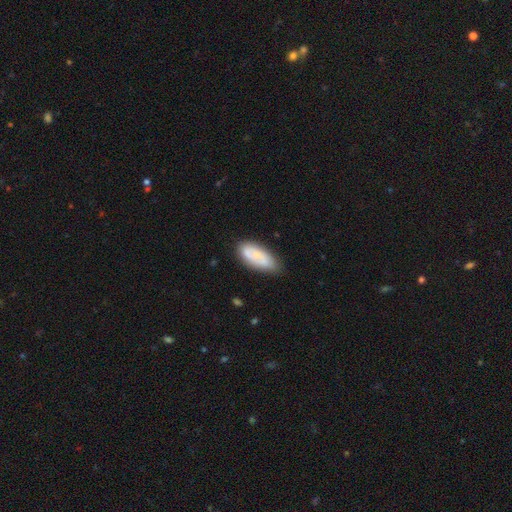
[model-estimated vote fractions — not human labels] Smooth or featured? Predicted: smooth (p=0.59). How rounded? Predicted: in between (p=0.84). Merging? Predicted: none (p=0.69).